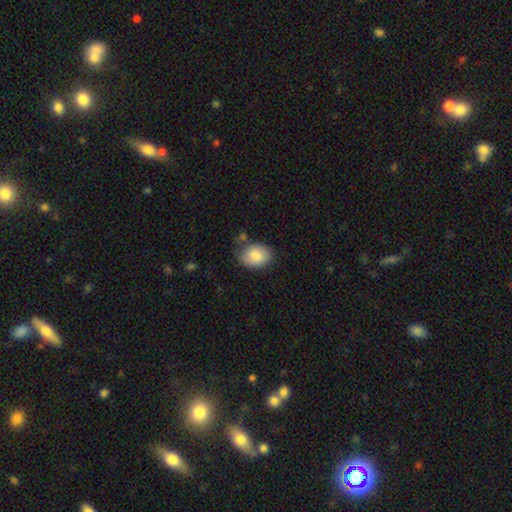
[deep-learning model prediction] Smooth or featured? Predicted: smooth (p=0.84). How rounded? Predicted: in between (p=0.75). Merging? Predicted: none (p=0.68).